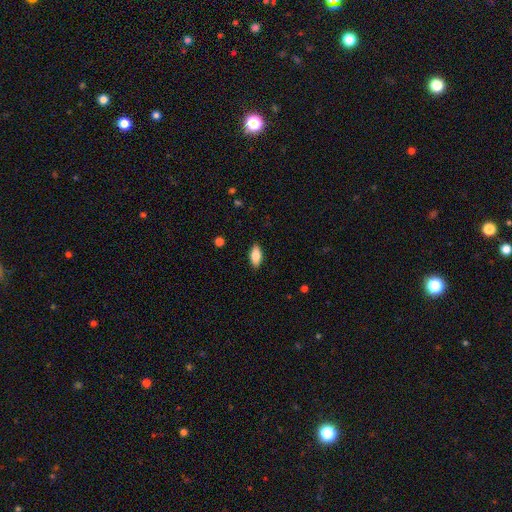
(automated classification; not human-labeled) A smooth galaxy with no disk features (79%) that is in between round and cigar-shaped (86%).

Vote fractions:
- Smooth or featured? smooth: 79% / featured or disk: 15% / star or artifact: 7%
- How rounded? in between: 86% / cigar-shaped: 11% / round: 3%
- Merging? none: 89% / minor disturbance: 8% / major disturbance: 2% / merger: 1%